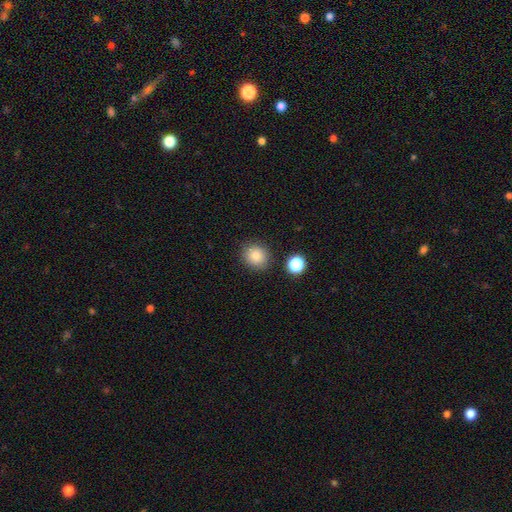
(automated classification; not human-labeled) Morphology: type=smooth (80%); roundness=round (79%); merging=none (86%).